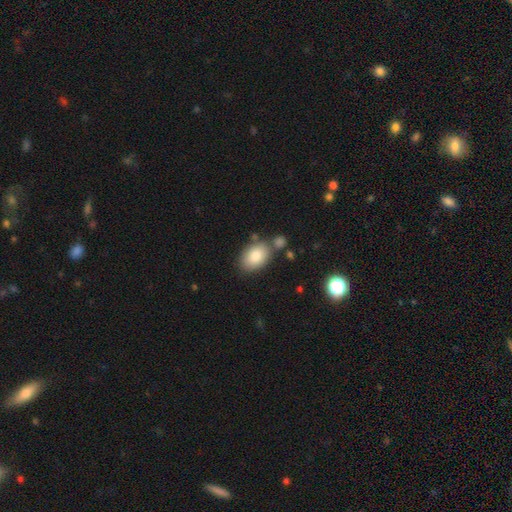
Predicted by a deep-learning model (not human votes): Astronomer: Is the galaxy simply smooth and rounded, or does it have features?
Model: smooth — 84%.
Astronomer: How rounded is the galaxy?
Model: in between — 87%.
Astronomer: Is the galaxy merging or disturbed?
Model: none — 69%.